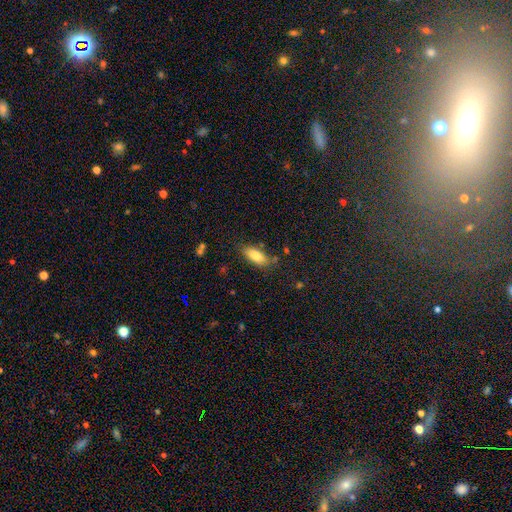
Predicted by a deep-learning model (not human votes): A smooth galaxy with no disk features (82%) that is in between round and cigar-shaped (79%).

Vote fractions:
- Smooth or featured? smooth: 82% / featured or disk: 11% / star or artifact: 7%
- How rounded? in between: 79% / cigar-shaped: 18% / round: 2%
- Merging? none: 78% / minor disturbance: 15% / major disturbance: 4% / merger: 3%